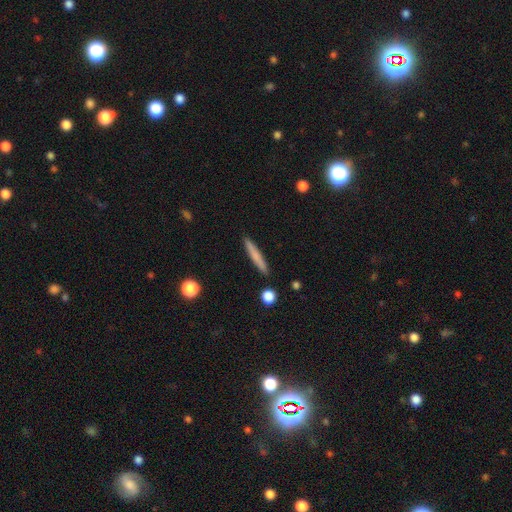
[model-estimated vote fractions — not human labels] Morphology: type=smooth (72%); roundness=cigar-shaped (95%); merging=none (90%).